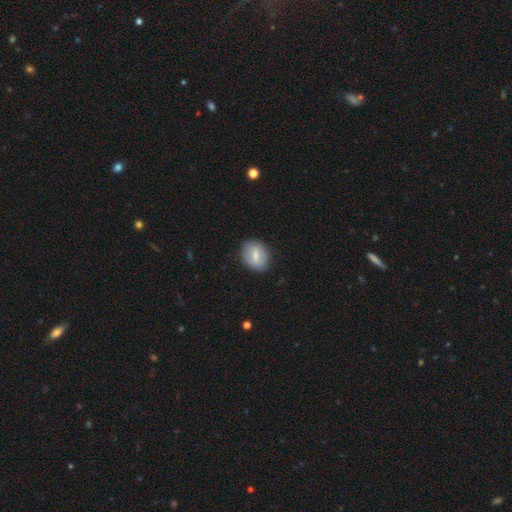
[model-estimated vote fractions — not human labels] Smooth or featured? Predicted: smooth (p=0.65). How rounded? Predicted: in between (p=0.54). Merging? Predicted: none (p=0.83).